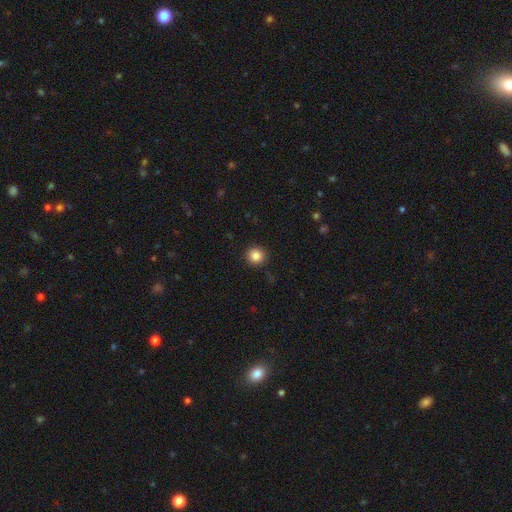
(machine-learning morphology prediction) The model was most divided on "smooth or featured": smooth: 85%, star or artifact: 10%, featured or disk: 5%. More confident: how rounded — round (94%); merging — none (92%).